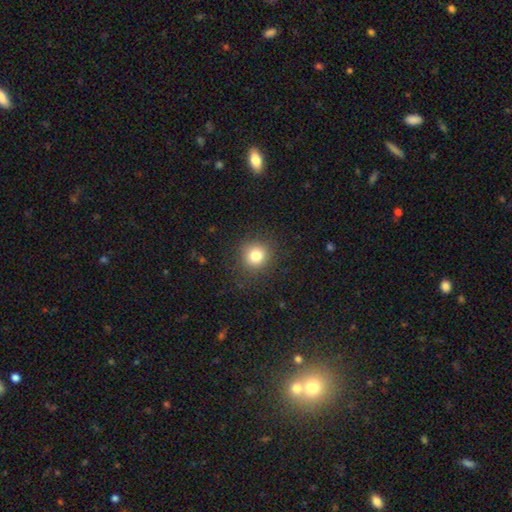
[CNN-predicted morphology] A smooth galaxy with no disk features (80%) that is round (92%).

Vote fractions:
- Smooth or featured? smooth: 80% / star or artifact: 13% / featured or disk: 7%
- How rounded? round: 92% / in between: 7% / cigar-shaped: 1%
- Merging? none: 88% / minor disturbance: 7% / major disturbance: 3% / merger: 1%